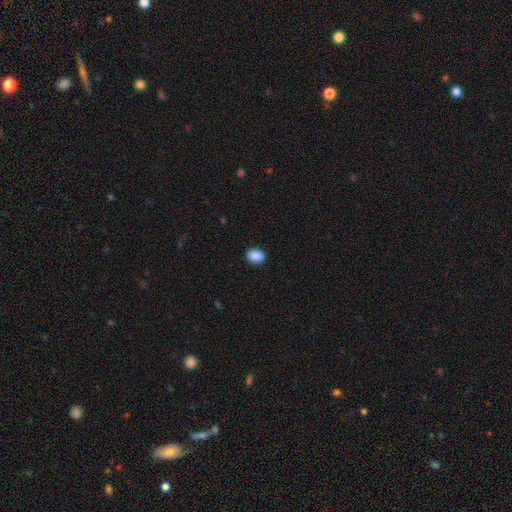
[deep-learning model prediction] smooth-or-featured: smooth: 89% | star or artifact: 8% | featured or disk: 3%
  how-rounded: in between: 64% | round: 34% | cigar-shaped: 1%
  merging: none: 89% | minor disturbance: 8% | major disturbance: 2% | merger: 1%